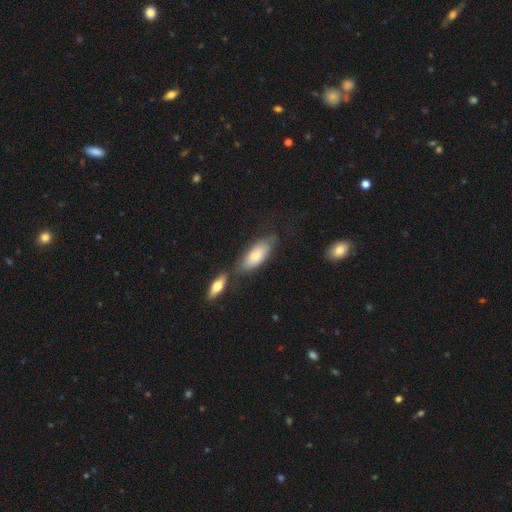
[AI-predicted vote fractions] Smooth or featured? Predicted: smooth (p=0.75). How rounded? Predicted: in between (p=0.81). Merging? Predicted: none (p=0.53).